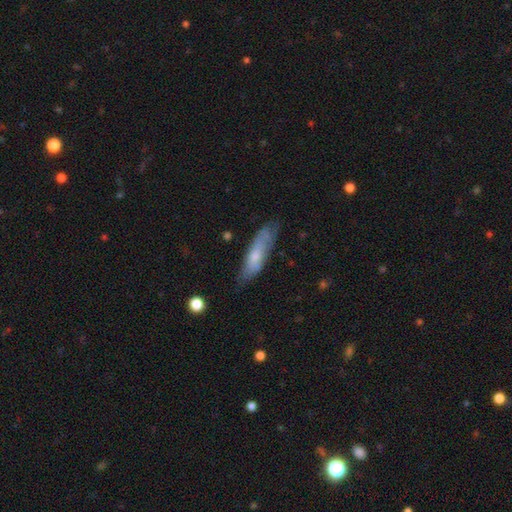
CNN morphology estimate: This appears to be a smooth galaxy with no disk features (58%) that is cigar-shaped (64%). Merging: none (68%).